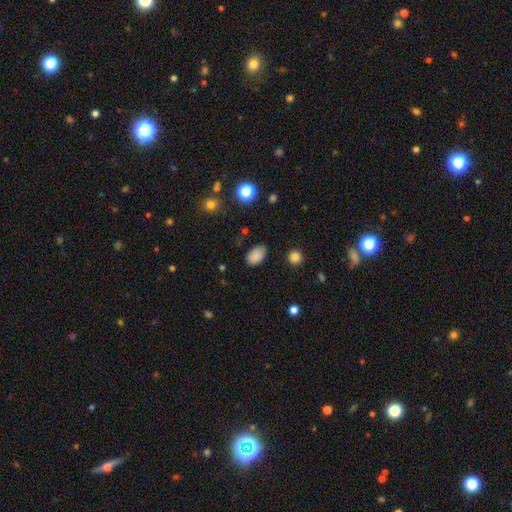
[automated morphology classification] Overall: smooth (87%). How rounded: in between (90%). Merging: none (82%).